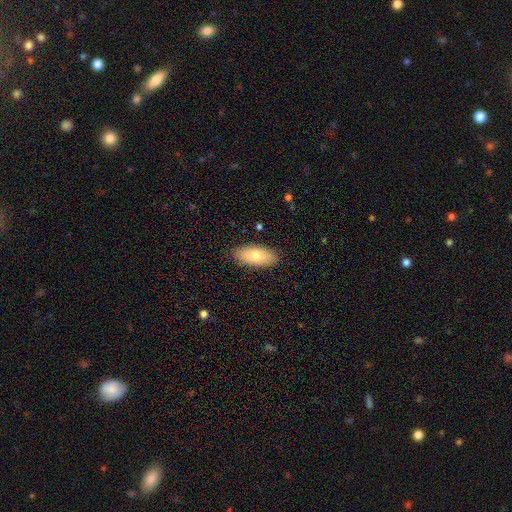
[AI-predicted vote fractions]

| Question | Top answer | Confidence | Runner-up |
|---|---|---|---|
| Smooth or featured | smooth | 75% | featured or disk (18%) |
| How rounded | in between | 86% | cigar-shaped (11%) |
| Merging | none | 88% | minor disturbance (9%) |